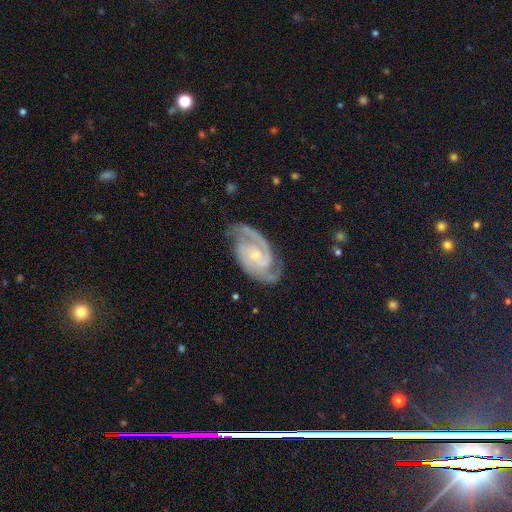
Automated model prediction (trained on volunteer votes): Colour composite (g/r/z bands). It shows a featured or disk galaxy (91%) with no bar (54%), 2 (79%) tight (50%) spiral arms (98%) and a small central bulge (68%). Merging: none (75%).